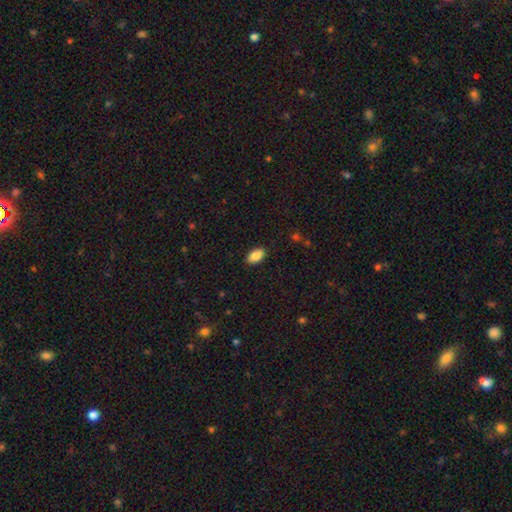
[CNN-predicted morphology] Q: Smooth or featured?
A: smooth (85%); runner-up: star or artifact (7%)
Q: How rounded?
A: in between (94%); runner-up: round (4%)
Q: Merging?
A: none (89%); runner-up: minor disturbance (8%)